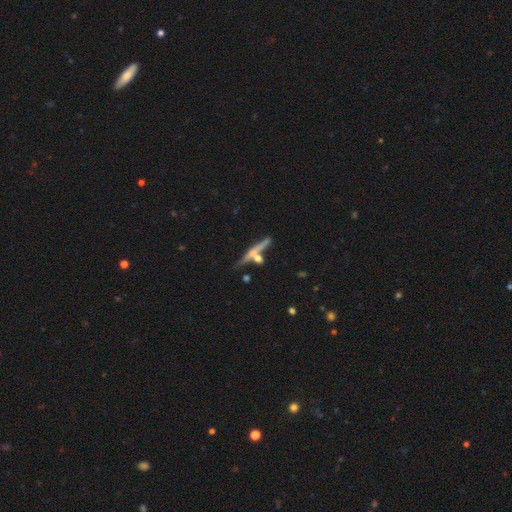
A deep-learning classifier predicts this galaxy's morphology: Smooth or featured: featured or disk — 55% (smooth — 37%)
Edge-on disk: yes — 92% (no — 8%)
Edge-on bulge: rounded — 58% (none — 34%)
Merging: none — 59% (merger — 23%)